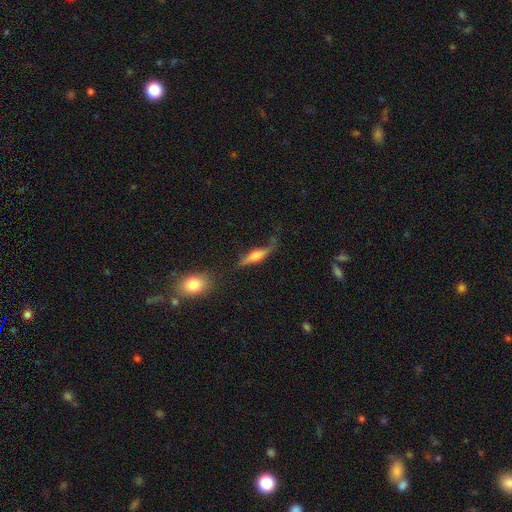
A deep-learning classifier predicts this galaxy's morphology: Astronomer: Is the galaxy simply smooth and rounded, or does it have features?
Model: featured or disk — 54% (runner-up: smooth, 38%).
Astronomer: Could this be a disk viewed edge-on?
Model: yes — 71%.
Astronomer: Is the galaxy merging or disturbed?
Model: none — 48% (runner-up: minor disturbance, 27%).